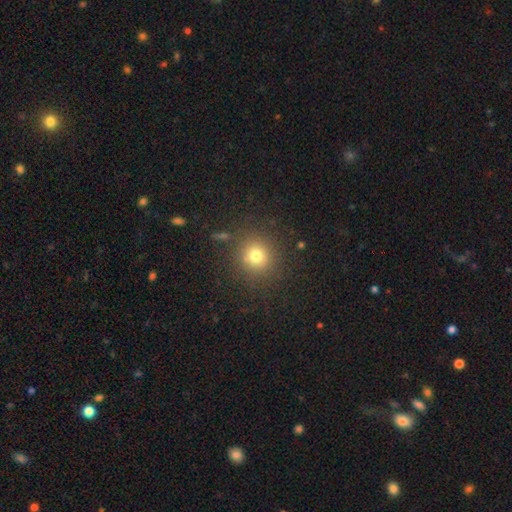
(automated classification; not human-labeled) Overall: smooth (75%). How rounded: round (90%). Merging: none (84%).